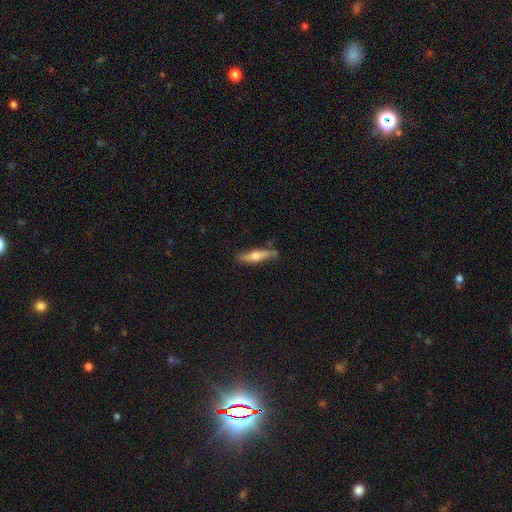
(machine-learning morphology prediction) smooth_or_featured: featured or disk (p=0.47) [tied with: smooth p=0.47]
merging: none (p=0.71) [alt: minor disturbance p=0.20]